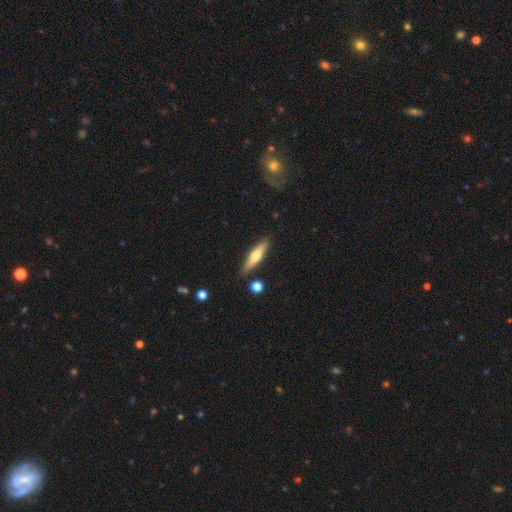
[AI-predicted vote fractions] A featured or disk galaxy (49%).

Vote fractions:
- Smooth or featured? featured or disk: 49% / smooth: 45% / star or artifact: 6%
- Merging? none: 86% / minor disturbance: 9% / merger: 3% / major disturbance: 2%